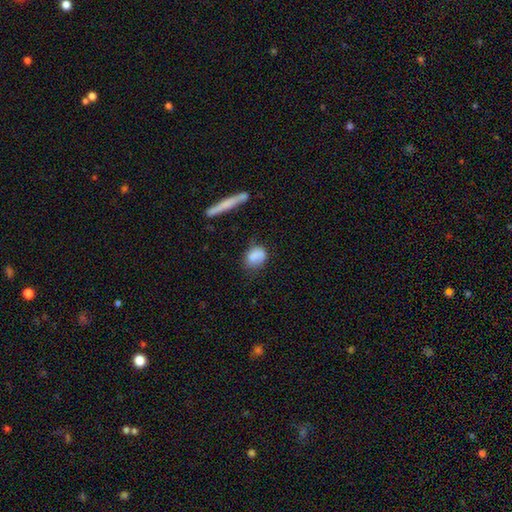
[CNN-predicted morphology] A smooth galaxy with no disk features (82%) that is in between round and cigar-shaped (62%). Merging: none (62%).